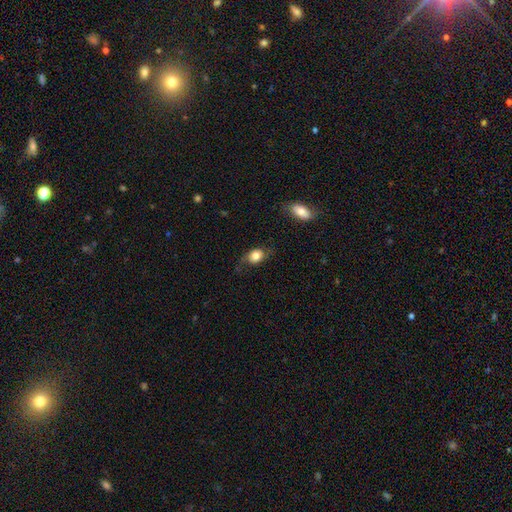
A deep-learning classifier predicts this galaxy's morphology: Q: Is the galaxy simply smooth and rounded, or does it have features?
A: smooth — 76%.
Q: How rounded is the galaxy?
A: in between — 67%.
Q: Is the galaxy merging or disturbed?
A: none — 62%.